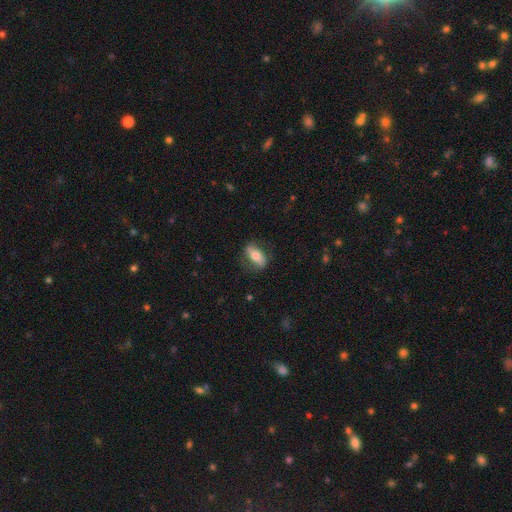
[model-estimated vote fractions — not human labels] smooth_or_featured: smooth (p=0.56) [alt: featured or disk p=0.37]
how_rounded: in between (p=0.76) [alt: cigar-shaped p=0.18]
merging: none (p=0.77) [alt: minor disturbance p=0.16]